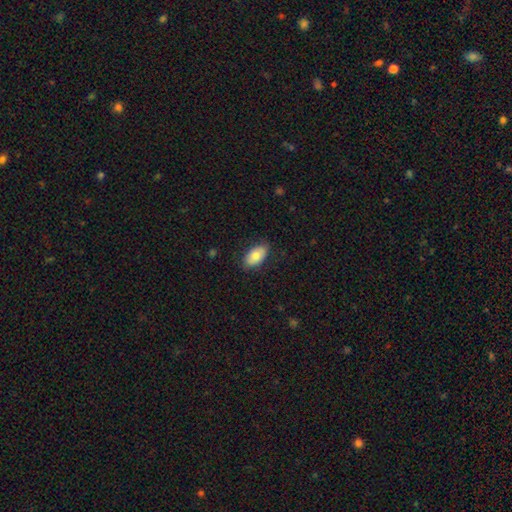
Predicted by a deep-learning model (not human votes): Q: Smooth or featured?
A: smooth (79%); runner-up: featured or disk (14%)
Q: How rounded?
A: in between (94%); runner-up: round (4%)
Q: Merging?
A: none (83%); runner-up: minor disturbance (13%)